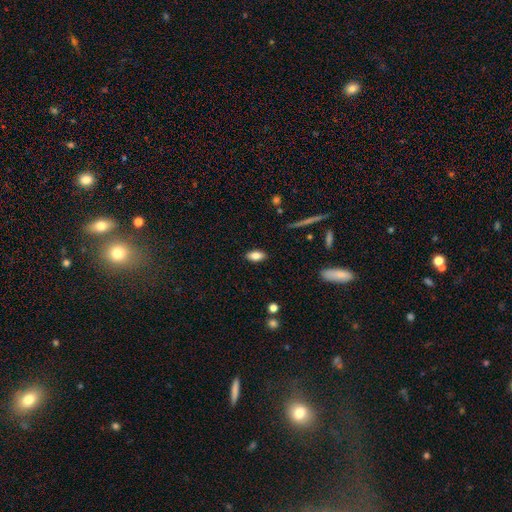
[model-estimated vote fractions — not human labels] The model was most divided on "smooth or featured": smooth: 81%, featured or disk: 11%, star or artifact: 8%. More confident: how rounded — in between (90%); merging — none (88%).